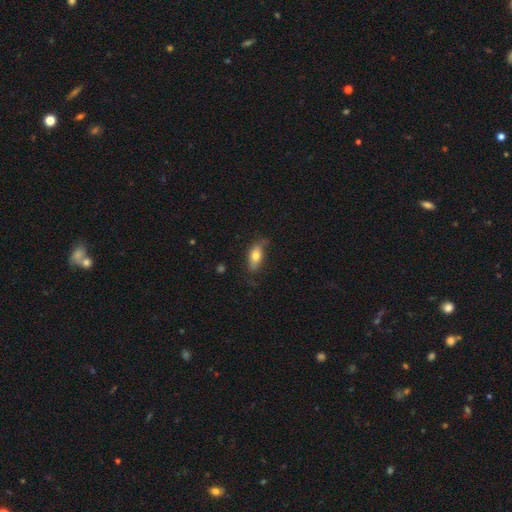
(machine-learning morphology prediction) This appears to be a smooth galaxy with no disk features (72%) that is in between round and cigar-shaped (82%). Merging: none (68%).